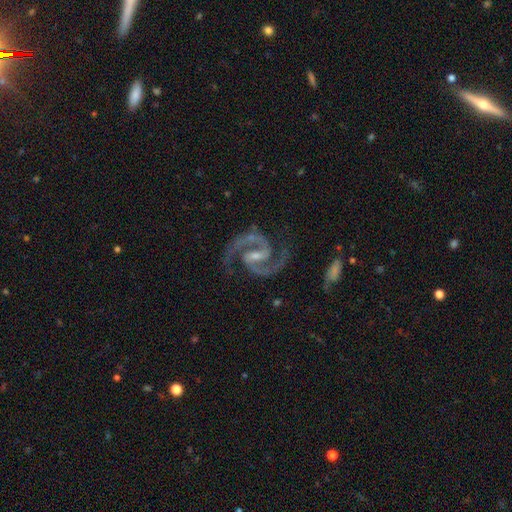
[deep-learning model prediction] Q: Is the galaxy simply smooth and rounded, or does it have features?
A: featured or disk — 95%.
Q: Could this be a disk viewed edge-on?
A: no — 98%.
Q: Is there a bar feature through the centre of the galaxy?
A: weak — 44%.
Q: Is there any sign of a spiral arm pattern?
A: yes — 99%.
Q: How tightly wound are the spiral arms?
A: medium — 69%.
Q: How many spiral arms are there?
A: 2 — 95%.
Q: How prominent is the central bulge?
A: small — 60%.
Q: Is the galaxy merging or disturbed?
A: none — 82%.